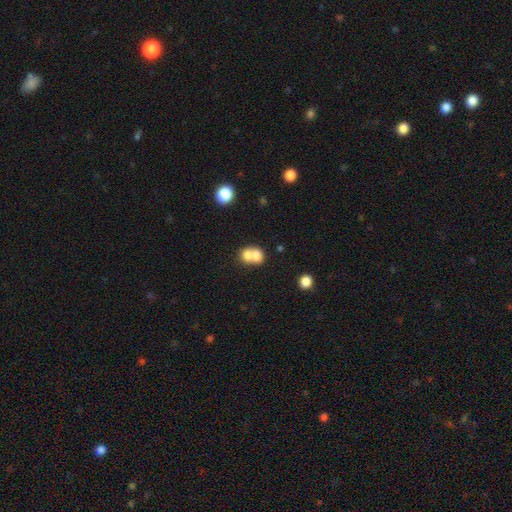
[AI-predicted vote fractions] Smooth or featured: smooth — 72% (featured or disk — 18%)
How rounded: round — 62% (in between — 37%)
Merging: merger — 70% (none — 22%)